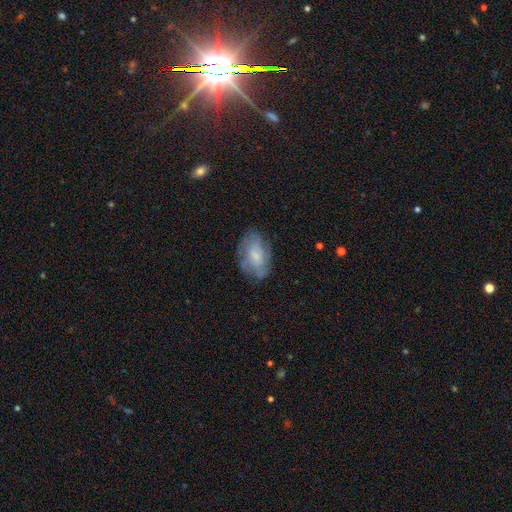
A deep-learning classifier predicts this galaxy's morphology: Smooth or featured? featured or disk (47%)
Merging? none (65%)